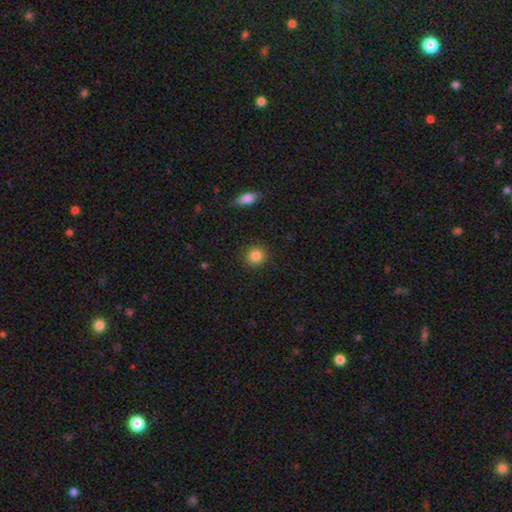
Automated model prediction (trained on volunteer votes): Smooth or featured? Predicted: smooth (p=0.85). How rounded? Predicted: round (p=0.87). Merging? Predicted: none (p=0.90).